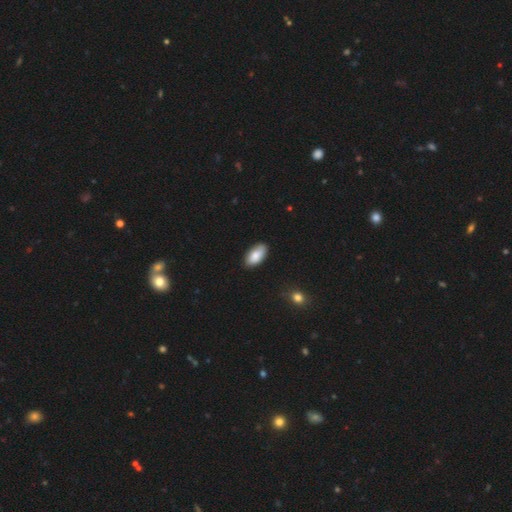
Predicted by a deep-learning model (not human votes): A smooth galaxy with no disk features (85%) that is in between round and cigar-shaped (95%).

Vote fractions:
- Smooth or featured? smooth: 85% / featured or disk: 9% / star or artifact: 6%
- How rounded? in between: 95% / cigar-shaped: 3% / round: 2%
- Merging? none: 82% / minor disturbance: 15% / major disturbance: 2% / merger: 1%